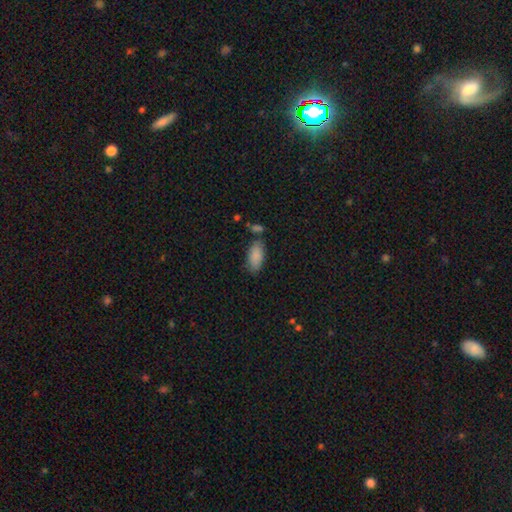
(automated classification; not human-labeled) Morphology: type=smooth (88%); roundness=in between (91%); merging=none (70%).